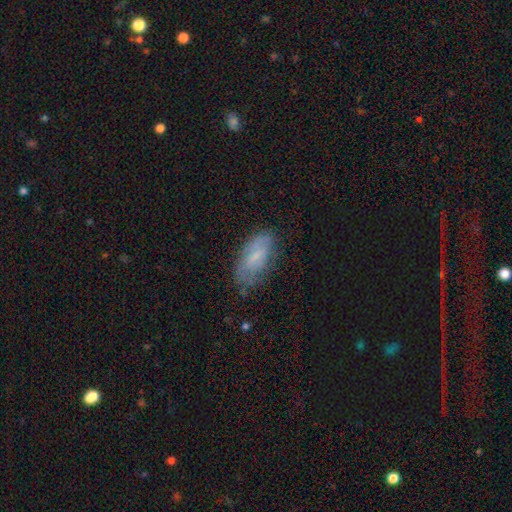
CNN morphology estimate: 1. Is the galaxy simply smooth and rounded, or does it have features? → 53% smooth, 38% featured or disk, 9% star or artifact.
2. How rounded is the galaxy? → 87% in between, 11% cigar-shaped, 3% round.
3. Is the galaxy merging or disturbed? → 67% none, 24% minor disturbance, 7% major disturbance, 2% merger.